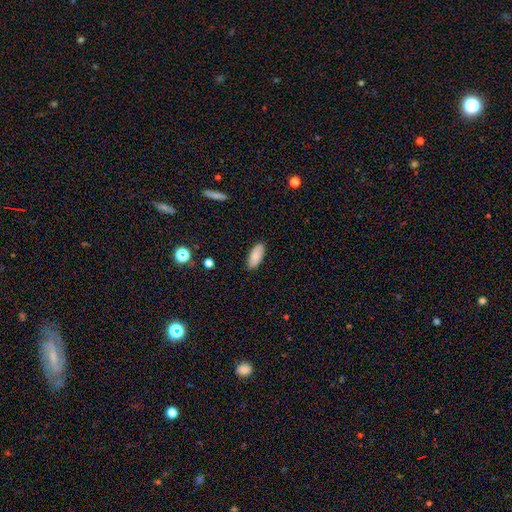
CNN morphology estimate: The model was most divided on "how rounded": in between: 83%, cigar-shaped: 15%, round: 2%. More confident: merging — none (88%); smooth or featured — smooth (86%).